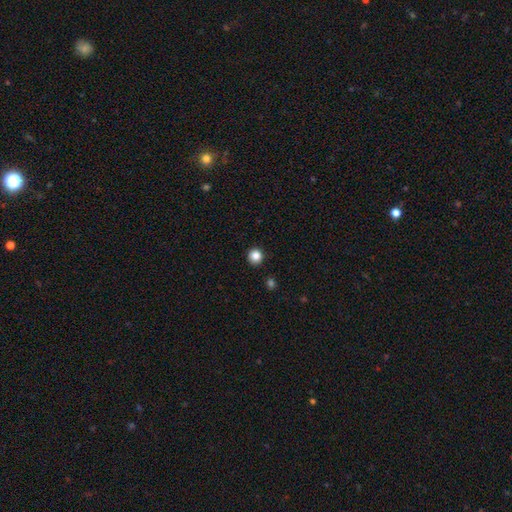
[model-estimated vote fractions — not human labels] Morphology: type=smooth (85%); roundness=round (94%); merging=none (92%).